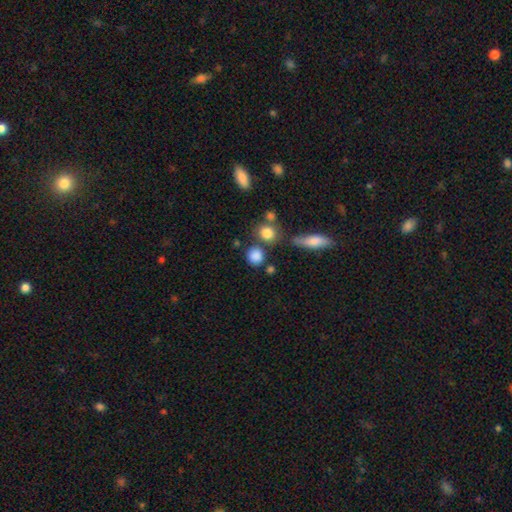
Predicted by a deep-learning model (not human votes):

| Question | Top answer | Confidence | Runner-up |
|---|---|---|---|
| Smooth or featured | smooth | 84% | star or artifact (10%) |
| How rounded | round | 84% | in between (14%) |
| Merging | none | 70% | merger (14%) |